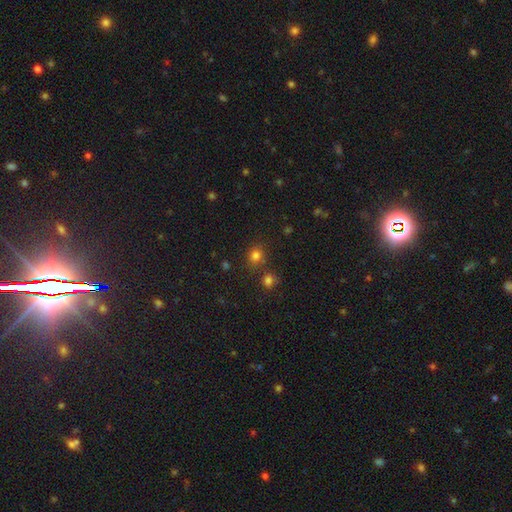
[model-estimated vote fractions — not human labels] A smooth galaxy with no disk features (78%) that is round (83%).

Vote fractions:
- Smooth or featured? smooth: 78% / star or artifact: 17% / featured or disk: 6%
- How rounded? round: 83% / in between: 16% / cigar-shaped: 1%
- Merging? none: 75% / merger: 13% / minor disturbance: 9% / major disturbance: 3%